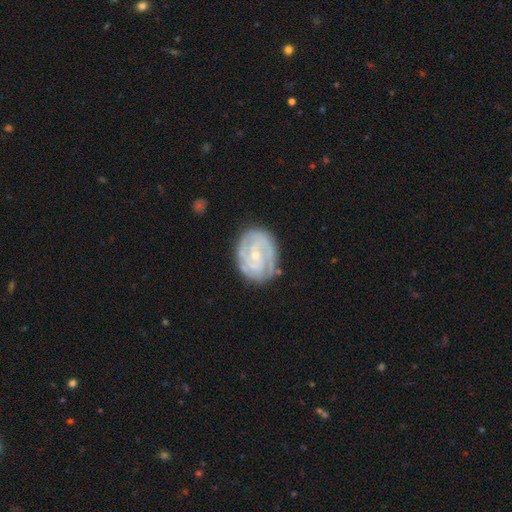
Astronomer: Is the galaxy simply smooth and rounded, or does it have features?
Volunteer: featured or disk — 87%.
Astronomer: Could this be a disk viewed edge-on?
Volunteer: no — 100%.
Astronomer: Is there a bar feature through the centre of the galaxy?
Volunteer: no — 48% (runner-up: weak, 30%).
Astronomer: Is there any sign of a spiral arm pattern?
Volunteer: yes — 97%.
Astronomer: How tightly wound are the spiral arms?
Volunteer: tight — 75%.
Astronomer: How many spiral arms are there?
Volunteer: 2 — 50%.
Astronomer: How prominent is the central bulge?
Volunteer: small — 88%.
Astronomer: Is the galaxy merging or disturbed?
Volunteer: none — 78%.